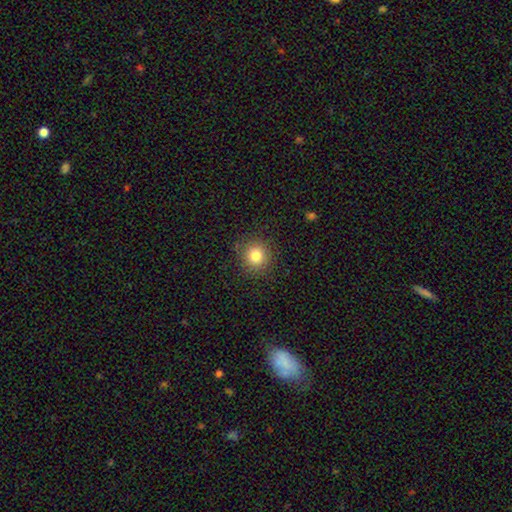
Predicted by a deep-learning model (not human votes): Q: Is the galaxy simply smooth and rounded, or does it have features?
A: smooth — 81%.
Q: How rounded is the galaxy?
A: round — 91%.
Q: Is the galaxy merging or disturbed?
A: none — 89%.